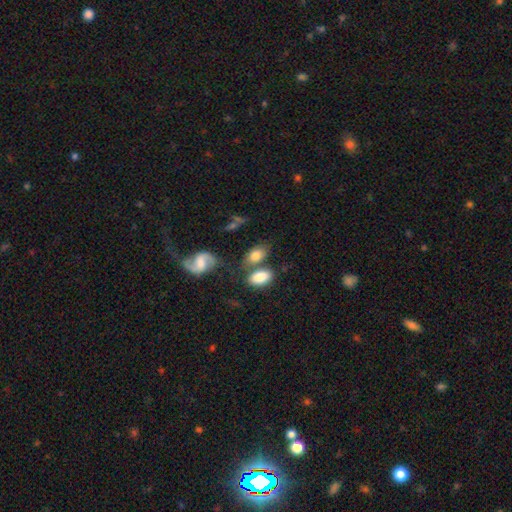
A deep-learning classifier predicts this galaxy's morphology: This is likely a smooth galaxy (76%). How rounded: clearly in between (88%). Merging: possibly none (54%).